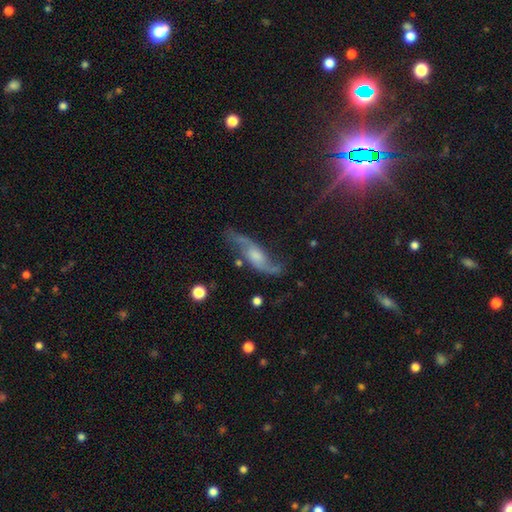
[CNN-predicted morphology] A featured or disk galaxy (78%) with no bar (58%), 2 (89%) loose (70%) spiral arms (93%) and a moderate central bulge (40%). Merging: none (65%).